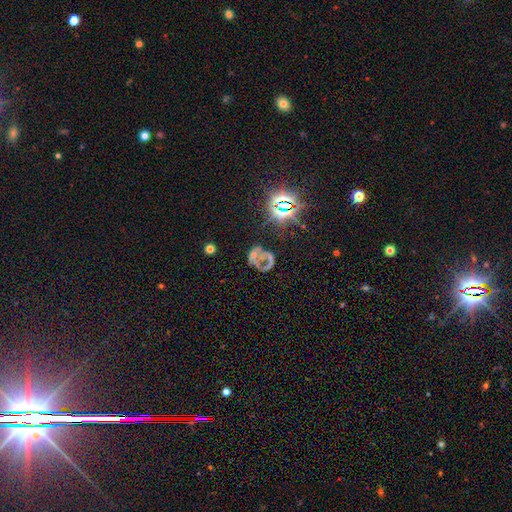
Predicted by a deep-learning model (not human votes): smooth_or_featured: featured or disk (p=0.44) [alt: star or artifact p=0.32]
merging: major disturbance (p=0.35) [alt: none p=0.31]